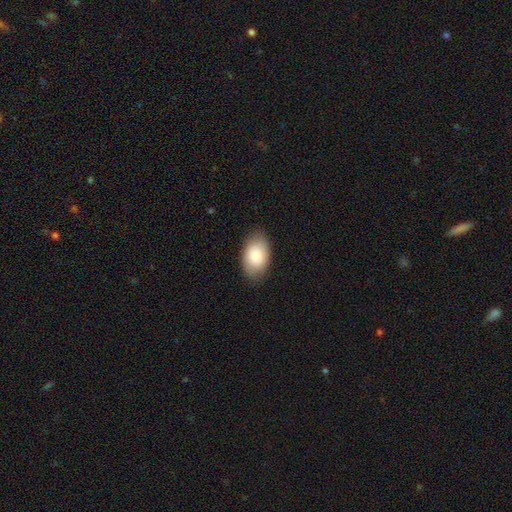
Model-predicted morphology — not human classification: smooth-or-featured: smooth: 84% | featured or disk: 10% | star or artifact: 6%
  how-rounded: in between: 90% | round: 9% | cigar-shaped: 1%
  merging: none: 83% | minor disturbance: 13% | major disturbance: 3% | merger: 1%